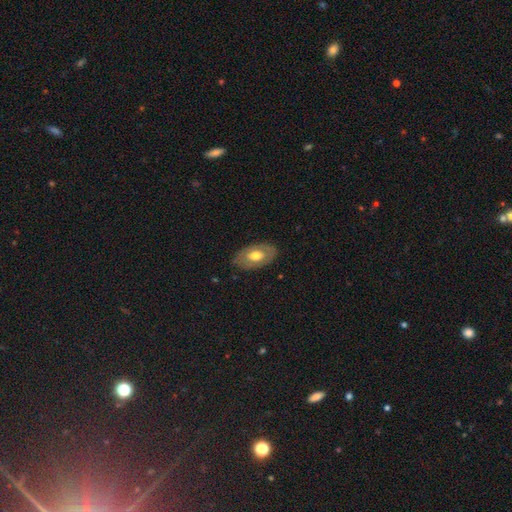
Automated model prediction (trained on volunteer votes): This appears to be a smooth galaxy with no disk features (51%) that is in between round and cigar-shaped (91%). Merging: none (81%).